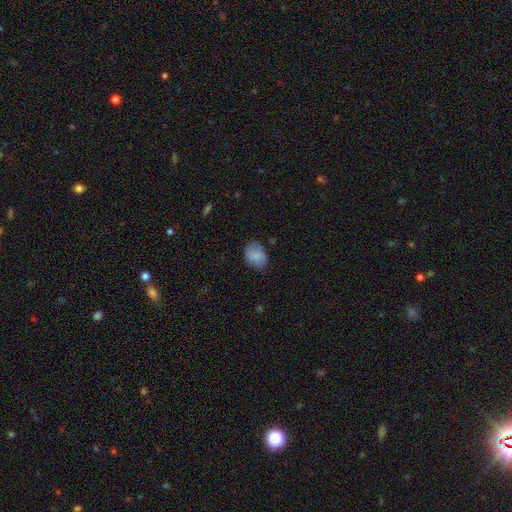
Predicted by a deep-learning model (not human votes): Smooth or featured? smooth (82%)
How rounded? in between (68%)
Merging? none (72%)